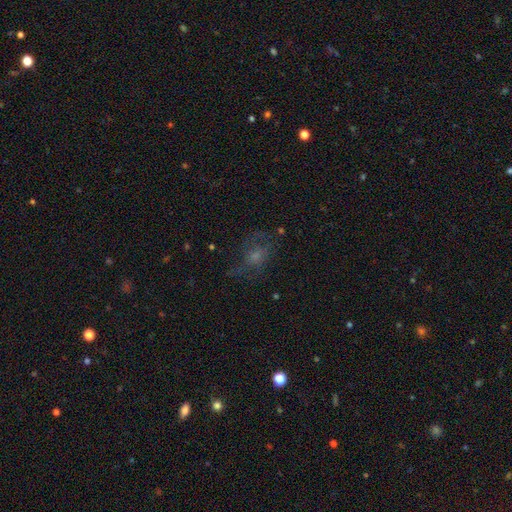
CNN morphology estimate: smooth_or_featured: featured or disk (p=0.39) [alt: smooth p=0.36]
merging: none (p=0.52) [alt: major disturbance p=0.26]